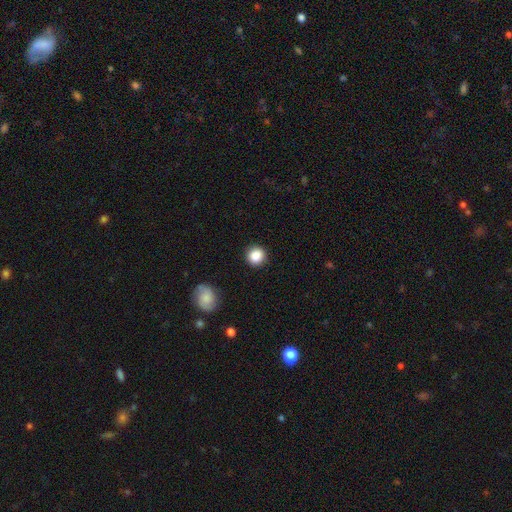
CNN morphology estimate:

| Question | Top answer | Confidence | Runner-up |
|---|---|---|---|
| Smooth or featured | smooth | 87% | star or artifact (9%) |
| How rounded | round | 91% | in between (8%) |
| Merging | none | 89% | minor disturbance (8%) |